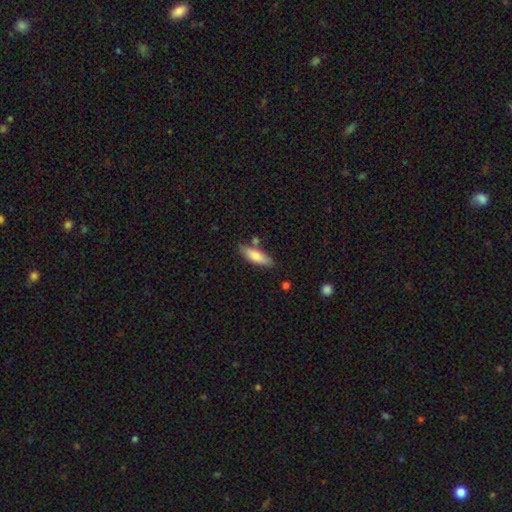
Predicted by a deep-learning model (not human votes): Smooth or featured?
  - smooth: 79% *
  - featured or disk: 15%
  - star or artifact: 6%
How rounded?
  - in between: 56% *
  - cigar-shaped: 42%
  - round: 2%
Merging?
  - none: 74% *
  - minor disturbance: 15%
  - merger: 8%
  - major disturbance: 3%